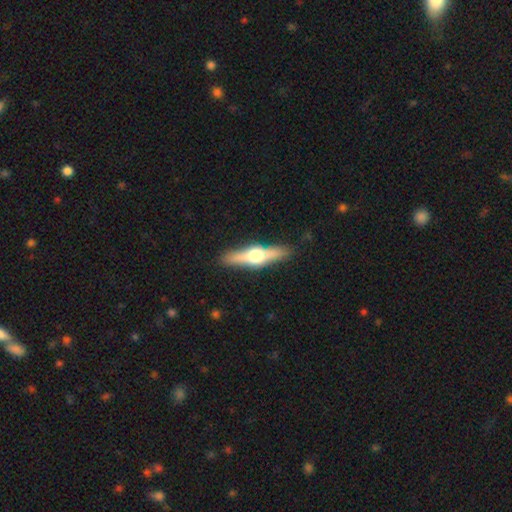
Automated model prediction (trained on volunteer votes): Morphology: type=featured or disk (66%); edge-on=yes (96%); edge-on bulge=rounded (94%); merging=none (89%).